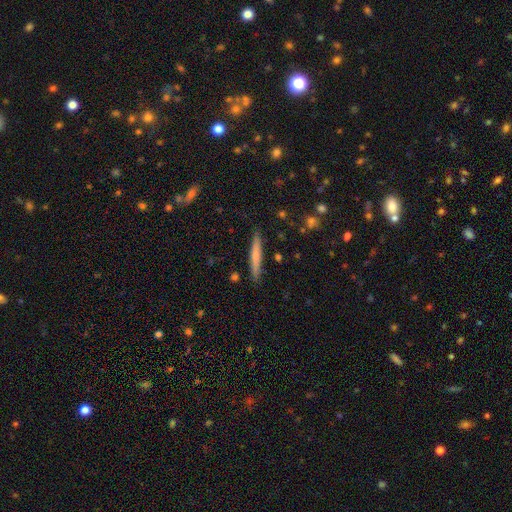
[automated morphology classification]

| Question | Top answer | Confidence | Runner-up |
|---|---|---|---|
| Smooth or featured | smooth | 64% | featured or disk (30%) |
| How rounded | cigar-shaped | 95% | in between (3%) |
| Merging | none | 89% | minor disturbance (8%) |